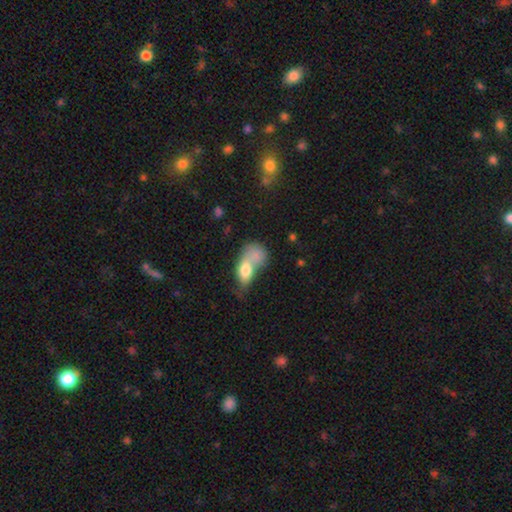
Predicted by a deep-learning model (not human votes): This appears to be a smooth galaxy with no disk features (74%) that is in between round and cigar-shaped (69%). Merging: merger (65%).